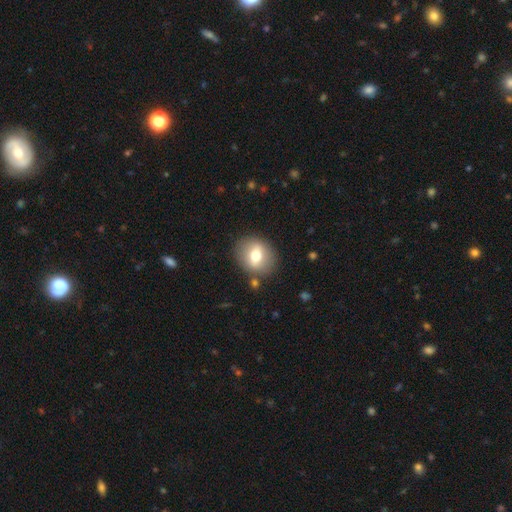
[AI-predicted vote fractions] Smooth or featured? smooth (63%)
How rounded? round (63%)
Merging? none (85%)